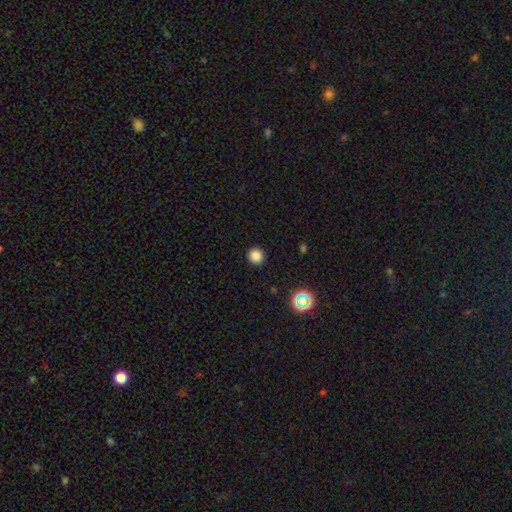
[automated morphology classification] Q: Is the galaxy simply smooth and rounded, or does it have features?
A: smooth — 82%.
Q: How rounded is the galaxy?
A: round — 95%.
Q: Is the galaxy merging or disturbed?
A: none — 93%.